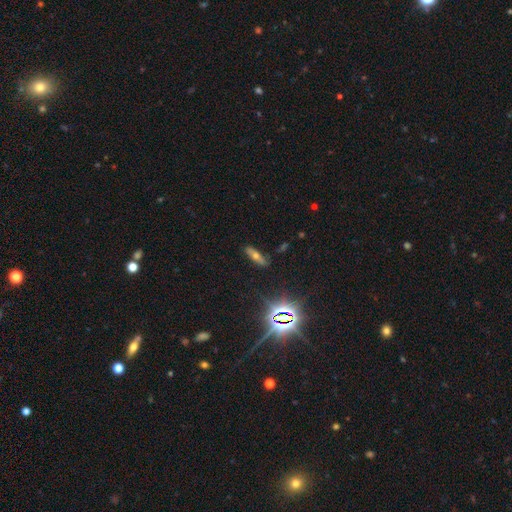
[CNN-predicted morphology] A smooth galaxy with no disk features (35%). Merging: none (82%).